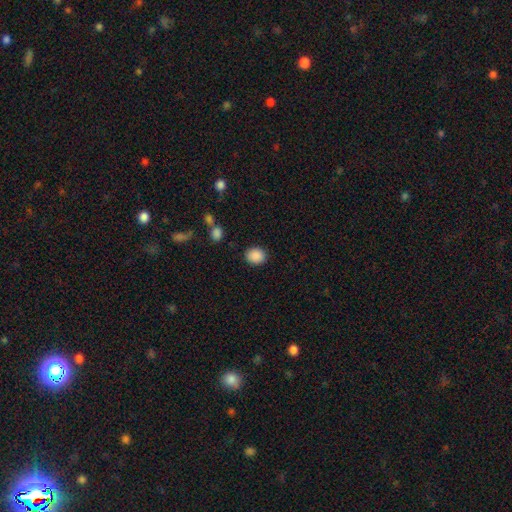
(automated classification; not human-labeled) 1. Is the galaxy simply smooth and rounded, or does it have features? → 88% smooth, 9% star or artifact, 3% featured or disk.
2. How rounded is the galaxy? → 64% round, 35% in between, 1% cigar-shaped.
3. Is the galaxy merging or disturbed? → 88% none, 8% minor disturbance, 3% major disturbance, 2% merger.